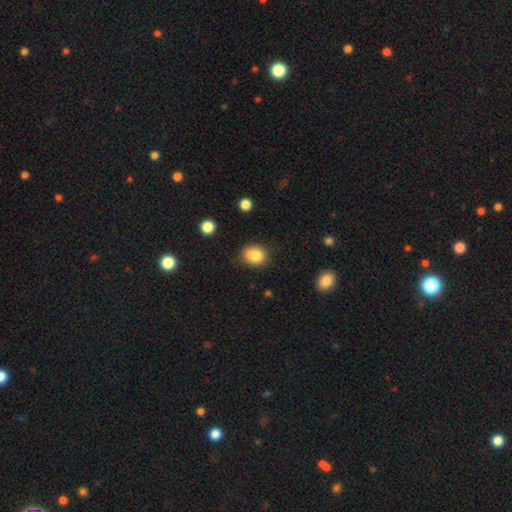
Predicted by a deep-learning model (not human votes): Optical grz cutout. It shows a smooth galaxy with no disk features (83%) that is round (60%). Merging: none (76%).